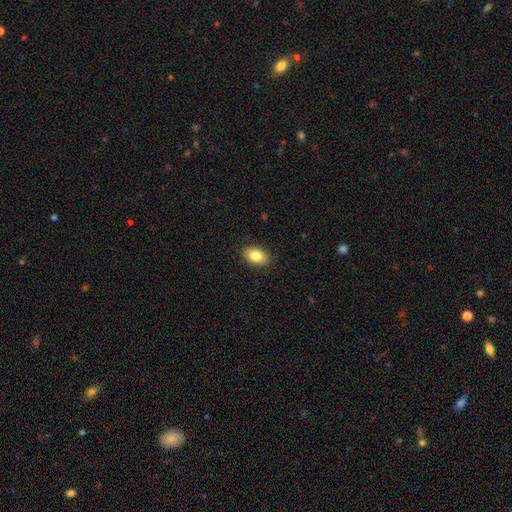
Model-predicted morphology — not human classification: Smooth or featured? smooth (83%)
How rounded? in between (88%)
Merging? none (89%)